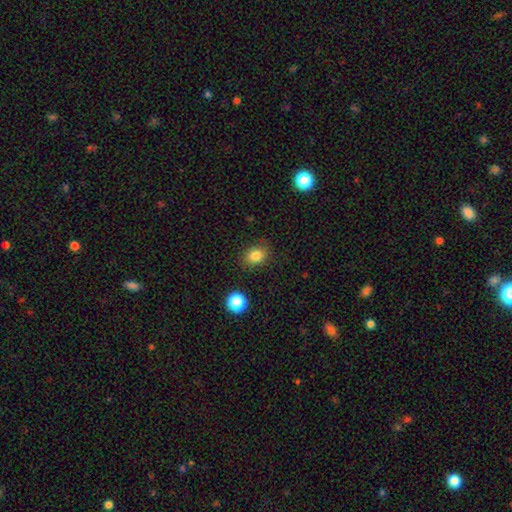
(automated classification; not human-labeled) smooth 83%, star or artifact 11%, featured or disk 6%. Down the decision tree: how rounded — round (52%); merging — none (83%).